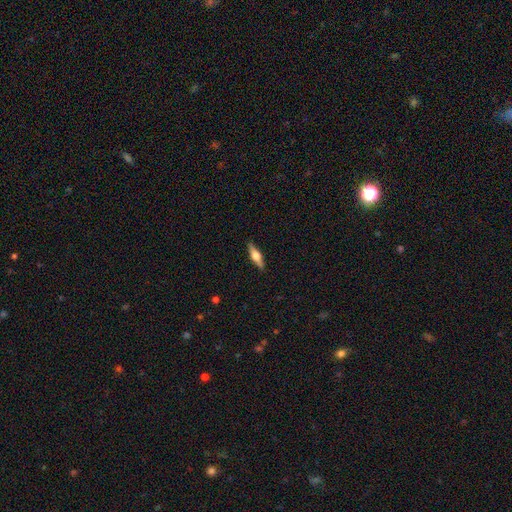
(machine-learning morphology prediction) A featured or disk galaxy (59%) viewed edge-on (96%) with a rounded central bulge (91%). Merging: none (90%).